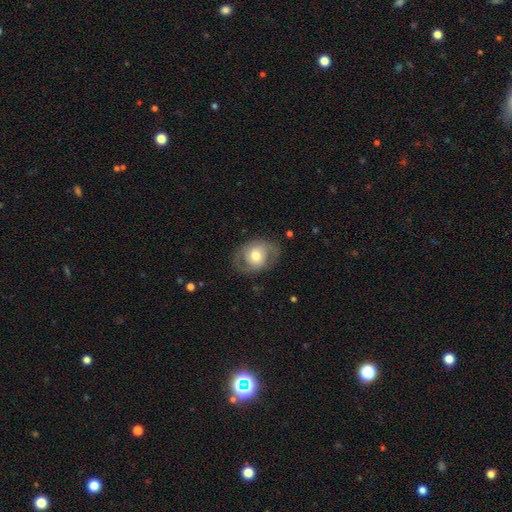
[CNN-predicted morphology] Smooth or featured? featured or disk (53%)
Edge-on disk? no (95%)
Bar? no (71%)
Spiral arms? yes (59%)
Bulge size? moderate (68%)
Merging? none (72%)